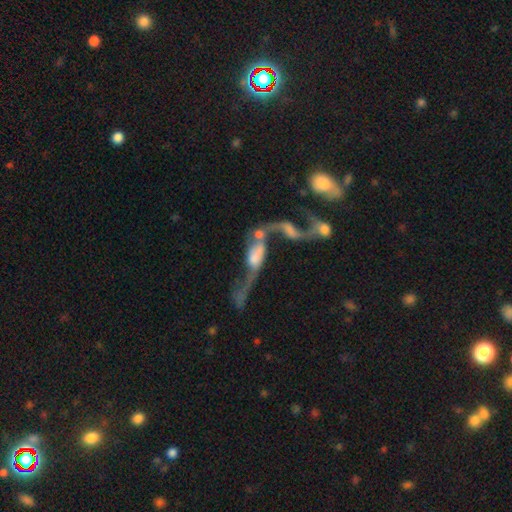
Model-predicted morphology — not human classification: Smooth or featured: featured or disk — 65% (smooth — 26%)
Edge-on disk: no — 83% (yes — 17%)
Bar: no — 56% (weak — 27%)
Spiral arms: yes — 65% (no — 35%)
Bulge size: none — 43% (large — 18%)
Merging: merger — 65% (major disturbance — 18%)